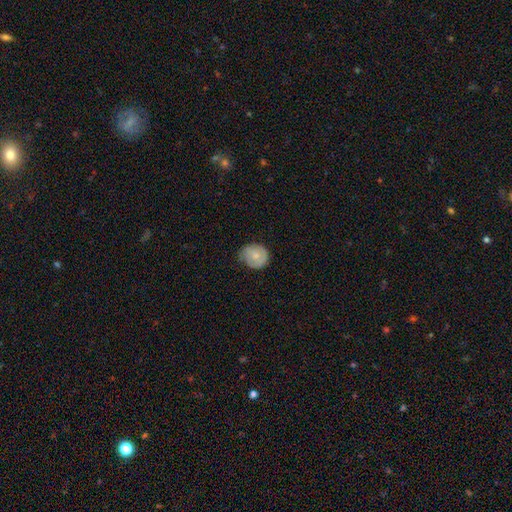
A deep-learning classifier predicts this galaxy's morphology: Q: Smooth or featured?
A: smooth (71%); runner-up: featured or disk (23%)
Q: How rounded?
A: round (79%); runner-up: in between (20%)
Q: Merging?
A: none (66%); runner-up: minor disturbance (27%)